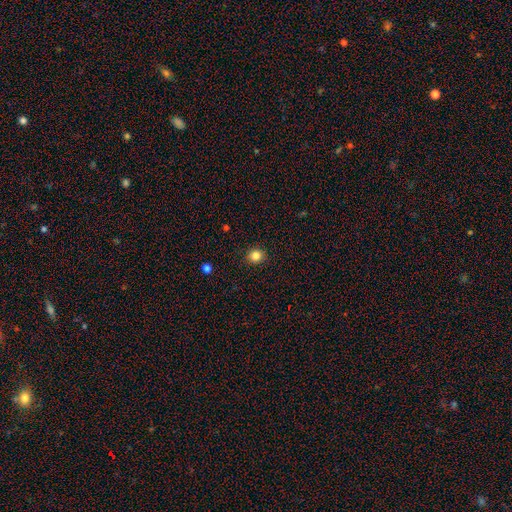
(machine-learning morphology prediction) Smooth or featured?
  - smooth: 84% *
  - star or artifact: 12%
  - featured or disk: 4%
How rounded?
  - round: 82% *
  - in between: 17%
  - cigar-shaped: 1%
Merging?
  - none: 92% *
  - minor disturbance: 6%
  - major disturbance: 2%
  - merger: 1%